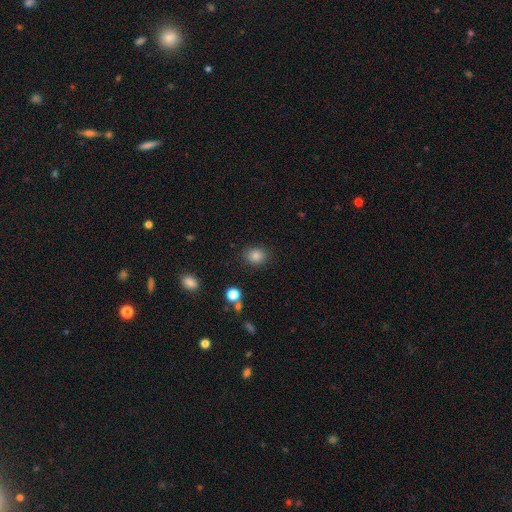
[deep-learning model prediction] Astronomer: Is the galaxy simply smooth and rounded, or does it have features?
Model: smooth — 84%.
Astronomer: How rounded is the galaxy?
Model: round — 59% (runner-up: in between, 40%).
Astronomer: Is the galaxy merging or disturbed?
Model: none — 84%.